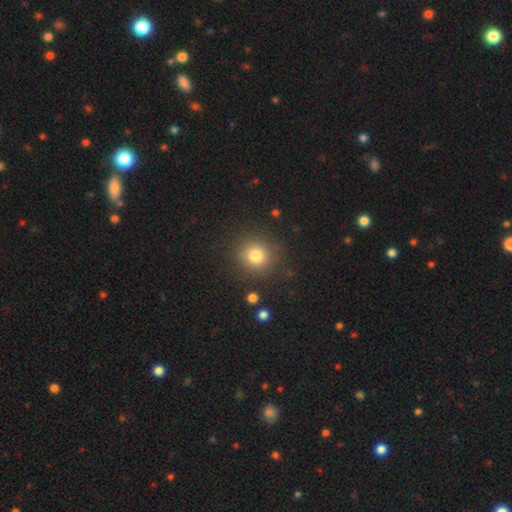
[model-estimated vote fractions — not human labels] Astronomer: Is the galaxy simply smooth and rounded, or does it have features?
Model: smooth — 79%.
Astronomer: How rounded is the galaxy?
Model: round — 89%.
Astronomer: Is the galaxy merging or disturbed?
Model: none — 86%.